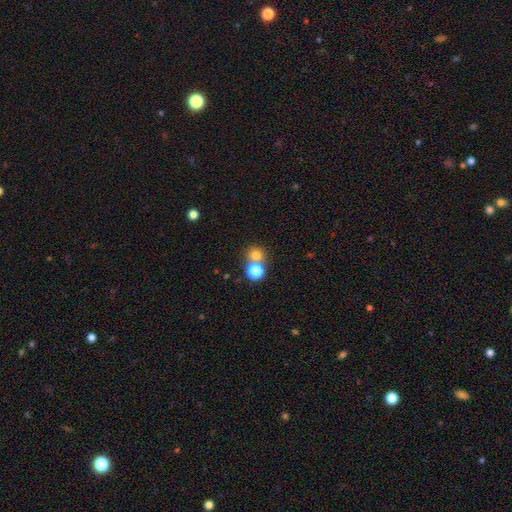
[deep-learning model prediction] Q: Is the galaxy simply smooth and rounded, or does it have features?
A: smooth — 74%.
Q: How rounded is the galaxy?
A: round — 87%.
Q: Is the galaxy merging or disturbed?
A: none — 55%.